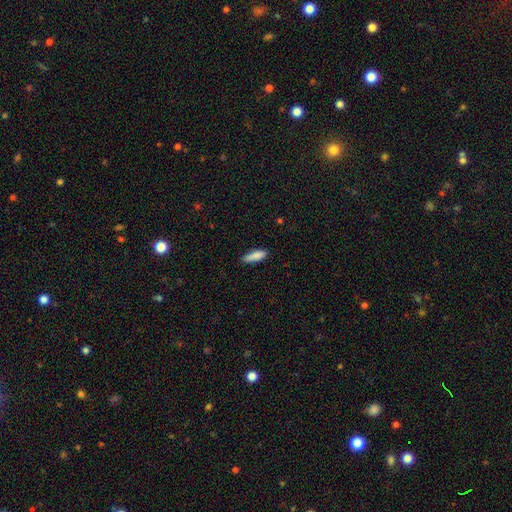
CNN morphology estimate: Smooth or featured? smooth (87%)
How rounded? cigar-shaped (54%)
Merging? none (78%)